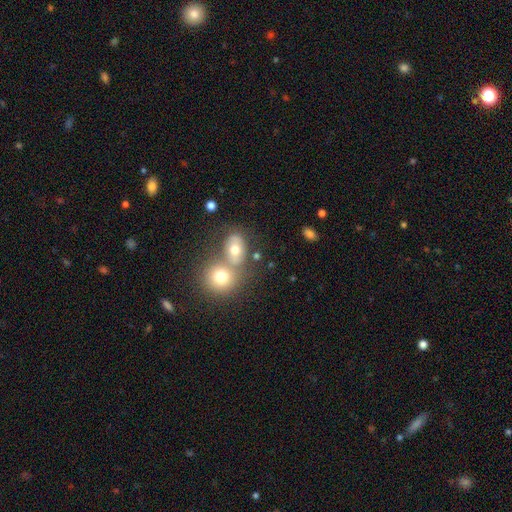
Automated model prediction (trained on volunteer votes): Smooth or featured: smooth — 60% (featured or disk — 24%)
How rounded: in between — 54% (round — 44%)
Merging: merger — 49% (none — 37%)